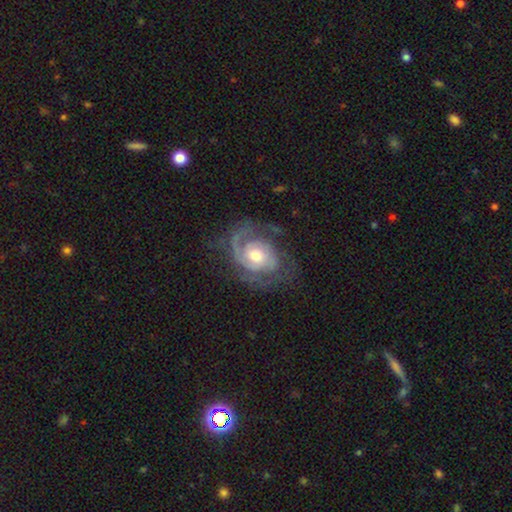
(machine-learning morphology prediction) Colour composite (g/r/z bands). It shows a featured or disk galaxy (87%) with no bar (67%), 2 (52%) tight (58%) spiral arms (96%) and a moderate central bulge (67%). Merging: none (68%).